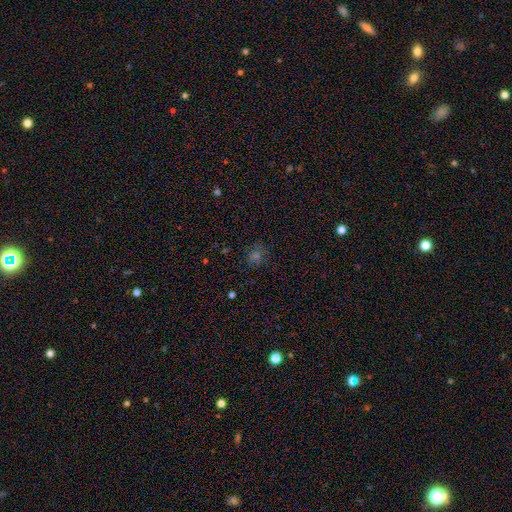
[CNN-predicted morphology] smooth-or-featured: smooth: 53% | star or artifact: 35% | featured or disk: 12%
  how-rounded: round: 80% | in between: 18% | cigar-shaped: 1%
  merging: none: 79% | minor disturbance: 14% | major disturbance: 6% | merger: 2%